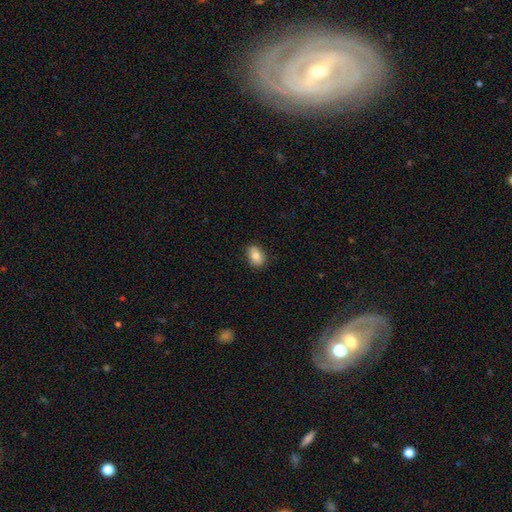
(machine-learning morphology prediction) Q: Smooth or featured?
A: smooth (81%); runner-up: featured or disk (11%)
Q: How rounded?
A: in between (81%); runner-up: round (18%)
Q: Merging?
A: none (85%); runner-up: minor disturbance (11%)